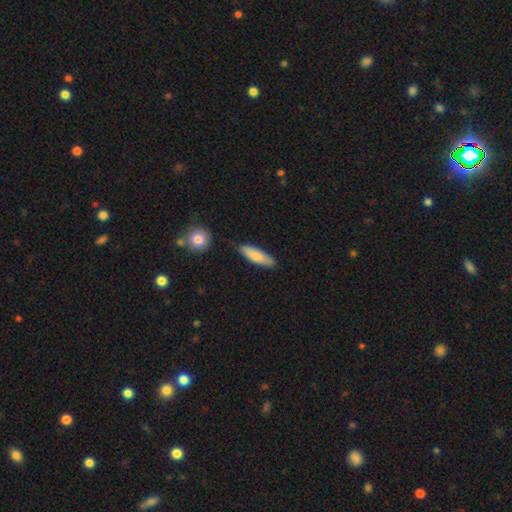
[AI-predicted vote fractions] Q: Smooth or featured?
A: smooth (79%); runner-up: featured or disk (16%)
Q: How rounded?
A: cigar-shaped (53%); runner-up: in between (45%)
Q: Merging?
A: none (78%); runner-up: minor disturbance (15%)